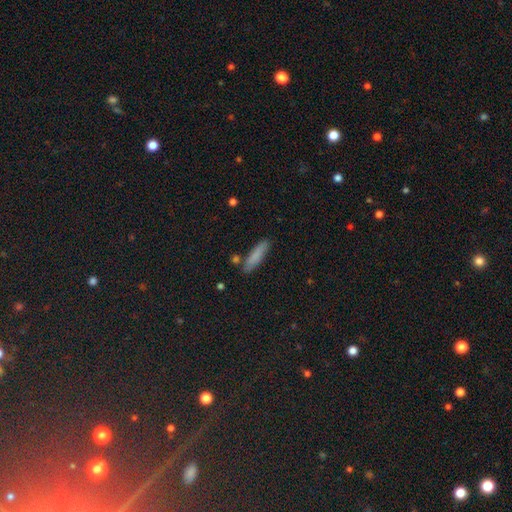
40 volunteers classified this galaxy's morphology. Smooth or featured?
  - smooth: 80% *
  - featured or disk: 10%
  - star or artifact: 10%
How rounded?
  - cigar-shaped: 84% *
  - in between: 12%
  - round: 3%
Merging?
  - none: 94% *
  - minor disturbance: 3%
  - merger: 3%
  - major disturbance: 0%